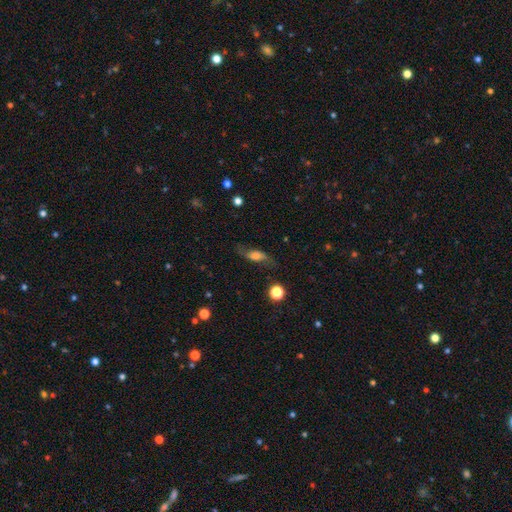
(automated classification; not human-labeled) A featured or disk galaxy (49%). Merging: none (69%).